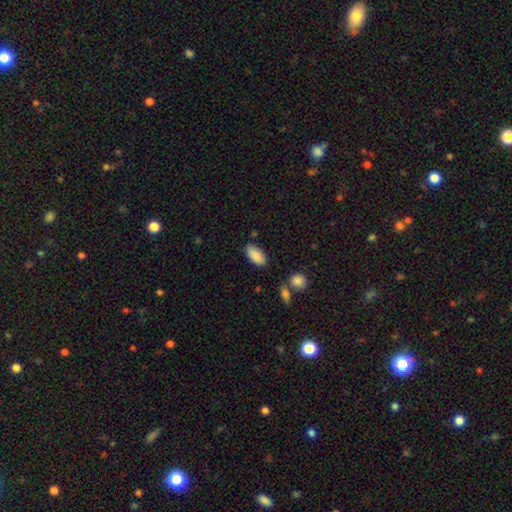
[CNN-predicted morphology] Q: Smooth or featured?
A: smooth (88%); runner-up: star or artifact (6%)
Q: How rounded?
A: in between (93%); runner-up: cigar-shaped (4%)
Q: Merging?
A: none (82%); runner-up: minor disturbance (12%)